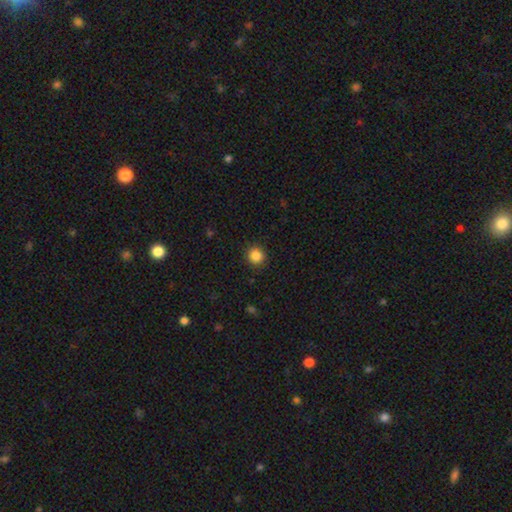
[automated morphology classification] The model was most divided on "smooth or featured": smooth: 86%, star or artifact: 11%, featured or disk: 4%. More confident: how rounded — round (91%); merging — none (90%).